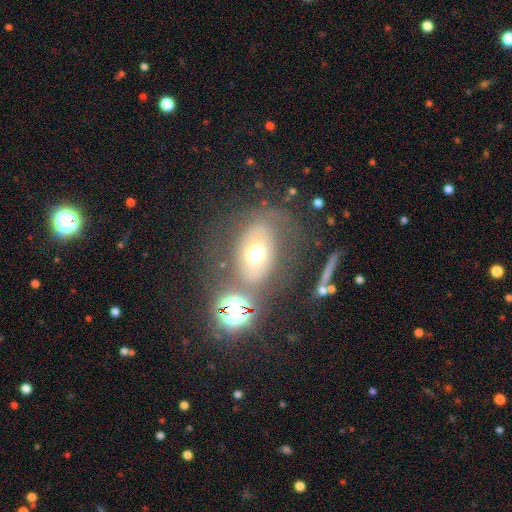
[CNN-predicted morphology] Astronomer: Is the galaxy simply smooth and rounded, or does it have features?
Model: smooth — 44% (runner-up: featured or disk, 40%).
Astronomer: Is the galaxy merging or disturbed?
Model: none — 57%.